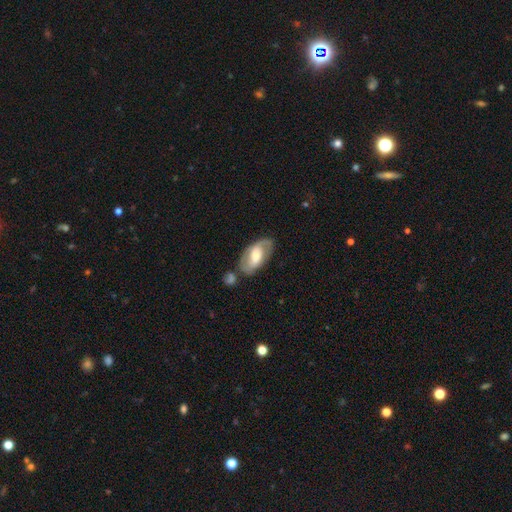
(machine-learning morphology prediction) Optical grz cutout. It shows a featured or disk galaxy (58%) with a weak bar (44%), spiral arms (75%) and a moderate central bulge (51%). Merging: none (66%).